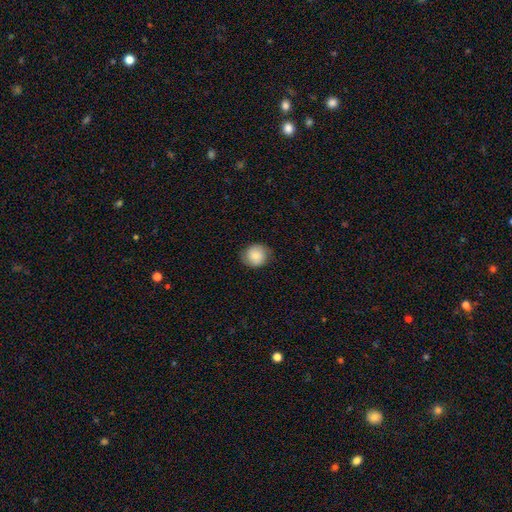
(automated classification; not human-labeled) Smooth or featured? smooth (79%)
How rounded? round (82%)
Merging? none (78%)